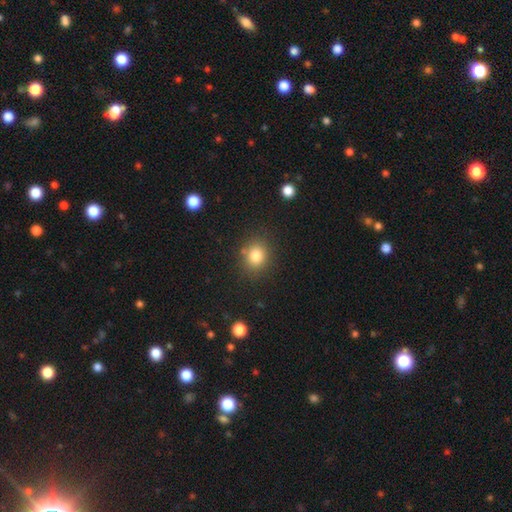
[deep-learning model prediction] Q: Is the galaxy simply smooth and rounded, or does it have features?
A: smooth — 81%.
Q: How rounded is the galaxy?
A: round — 68%.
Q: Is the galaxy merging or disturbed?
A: none — 81%.